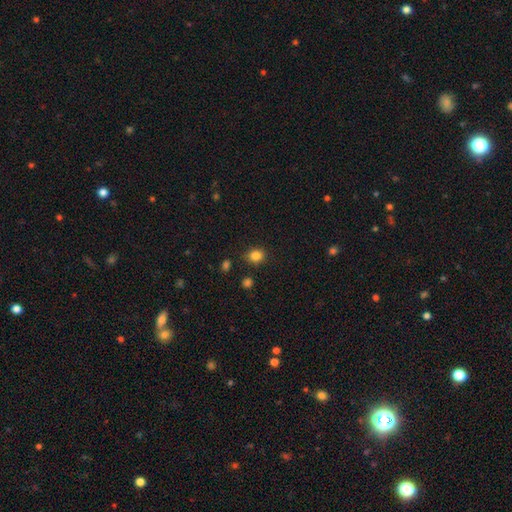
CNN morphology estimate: A smooth galaxy with no disk features (84%) that is round (65%).

Vote fractions:
- Smooth or featured? smooth: 84% / star or artifact: 11% / featured or disk: 5%
- How rounded? round: 65% / in between: 34% / cigar-shaped: 1%
- Merging? none: 85% / minor disturbance: 10% / major disturbance: 3% / merger: 3%